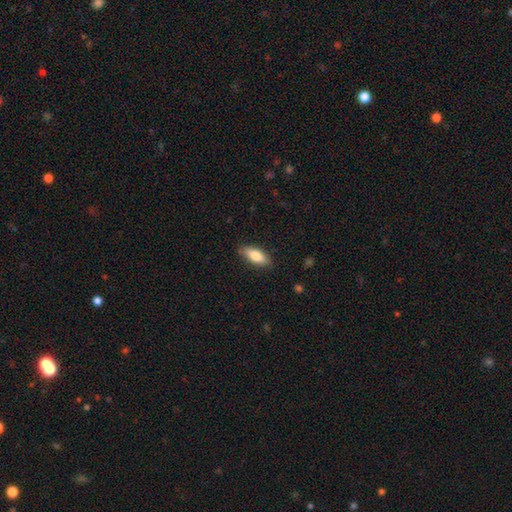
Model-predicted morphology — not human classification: Smooth or featured? Predicted: smooth (p=0.79). How rounded? Predicted: in between (p=0.73). Merging? Predicted: none (p=0.85).